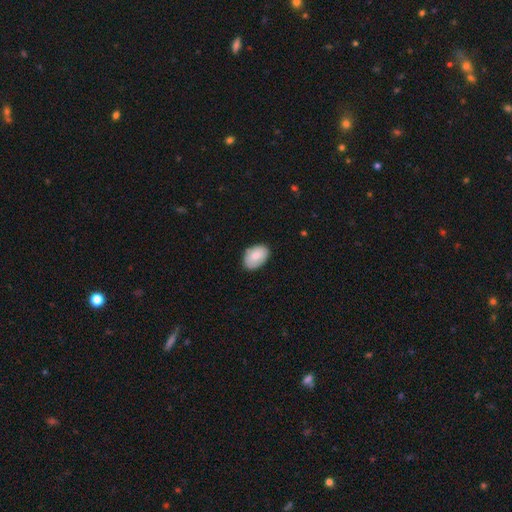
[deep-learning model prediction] smooth-or-featured: smooth: 83% | featured or disk: 10% | star or artifact: 6%
  how-rounded: in between: 89% | round: 10% | cigar-shaped: 1%
  merging: none: 80% | minor disturbance: 16% | major disturbance: 3% | merger: 1%